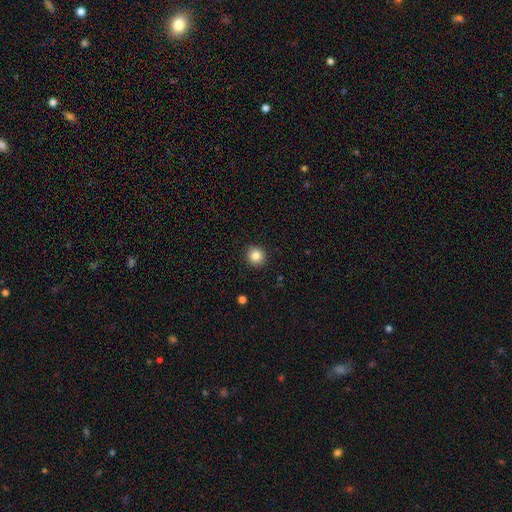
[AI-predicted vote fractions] smooth-or-featured: smooth: 84% | star or artifact: 10% | featured or disk: 6%
  how-rounded: round: 88% | in between: 11% | cigar-shaped: 1%
  merging: none: 91% | minor disturbance: 6% | major disturbance: 2% | merger: 1%